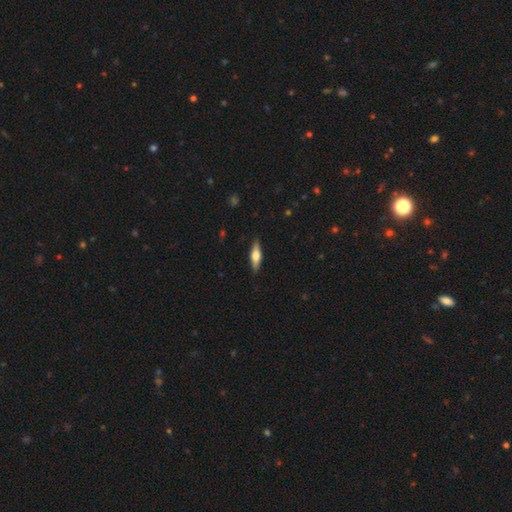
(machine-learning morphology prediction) smooth_or_featured: smooth (p=0.48) [alt: featured or disk p=0.46]
merging: none (p=0.88) [alt: minor disturbance p=0.09]